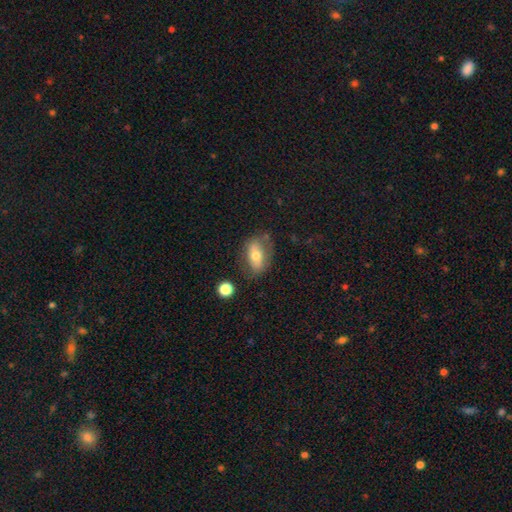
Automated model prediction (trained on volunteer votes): This is possibly a smooth galaxy (59%). How rounded: clearly in between (84%). Merging: likely none (63%).